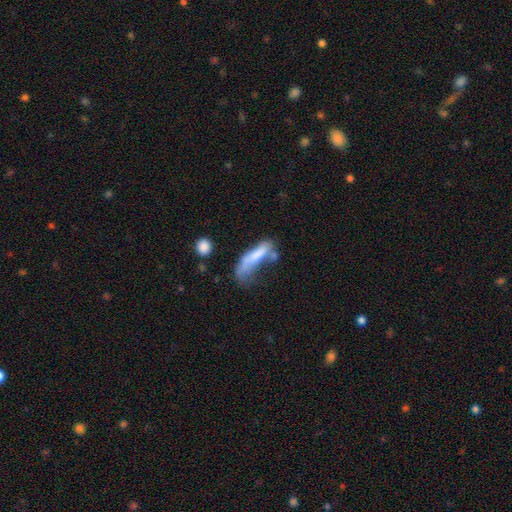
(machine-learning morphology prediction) The model was most divided on "merging": major disturbance: 36%, none: 23%, minor disturbance: 22%, merger: 20%. More confident: how rounded — cigar-shaped (62%); smooth or featured — smooth (60%).